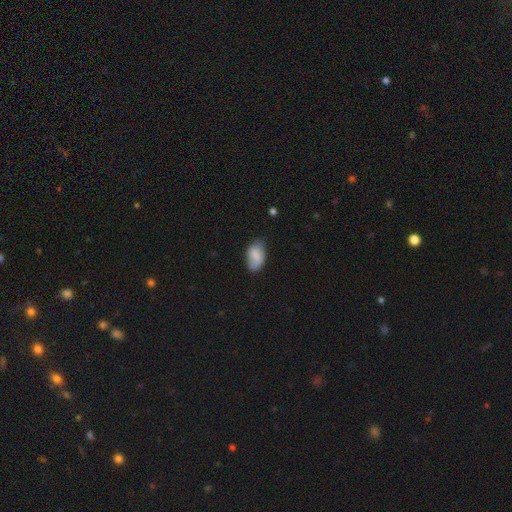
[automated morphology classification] Q: Smooth or featured?
A: smooth (79%); runner-up: featured or disk (14%)
Q: How rounded?
A: in between (92%); runner-up: round (6%)
Q: Merging?
A: none (60%); runner-up: minor disturbance (31%)